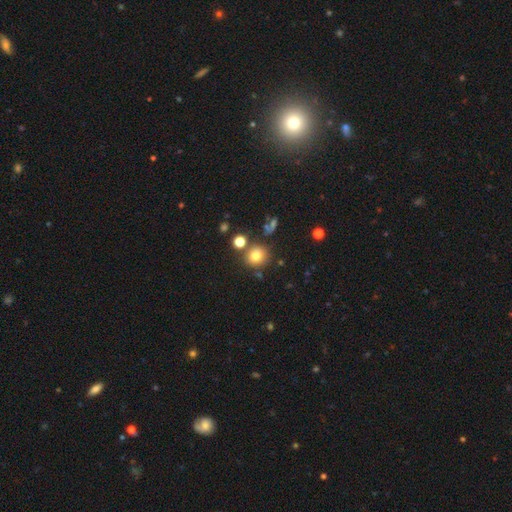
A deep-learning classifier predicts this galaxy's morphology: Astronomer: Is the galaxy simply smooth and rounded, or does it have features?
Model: smooth — 76%.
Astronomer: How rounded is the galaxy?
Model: round — 87%.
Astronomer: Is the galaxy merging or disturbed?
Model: none — 76%.